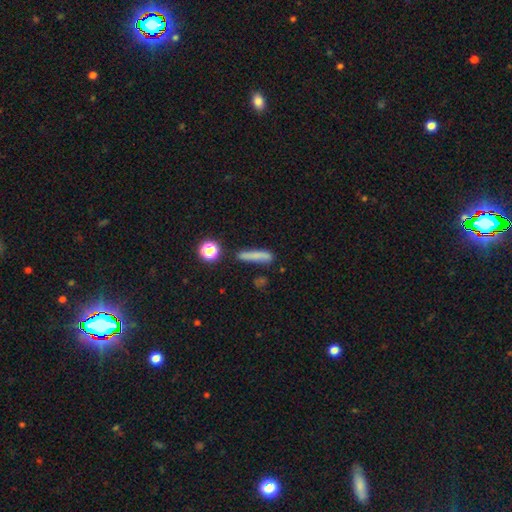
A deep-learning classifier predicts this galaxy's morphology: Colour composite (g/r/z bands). It shows a smooth galaxy with no disk features (74%) that is cigar-shaped (85%). Merging: none (74%).